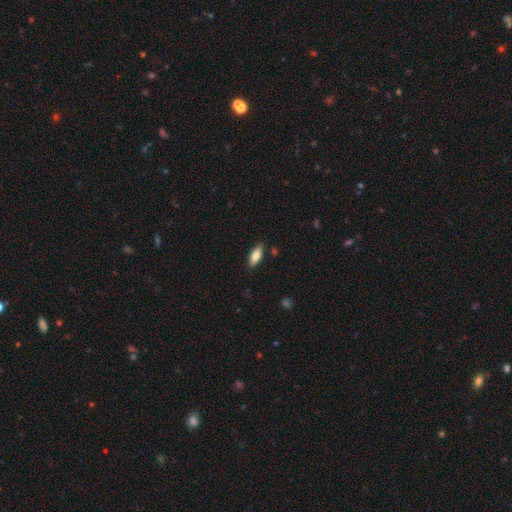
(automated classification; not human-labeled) This is likely a smooth galaxy (76%). How rounded: likely in between (75%). Merging: clearly none (85%).